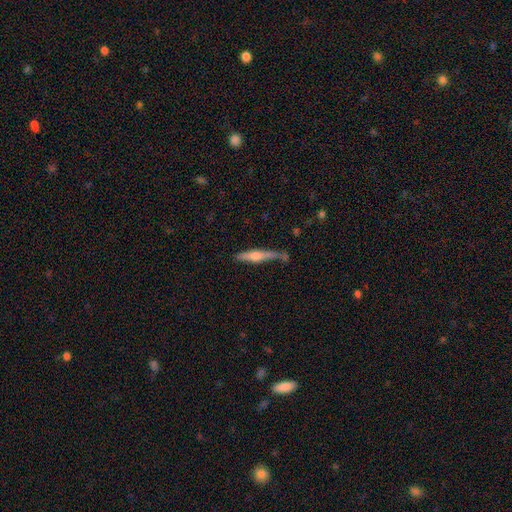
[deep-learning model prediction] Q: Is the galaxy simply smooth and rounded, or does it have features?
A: featured or disk — 54%.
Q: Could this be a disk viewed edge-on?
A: yes — 94%.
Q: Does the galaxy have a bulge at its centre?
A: rounded — 85%.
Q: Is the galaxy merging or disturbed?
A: none — 61%.